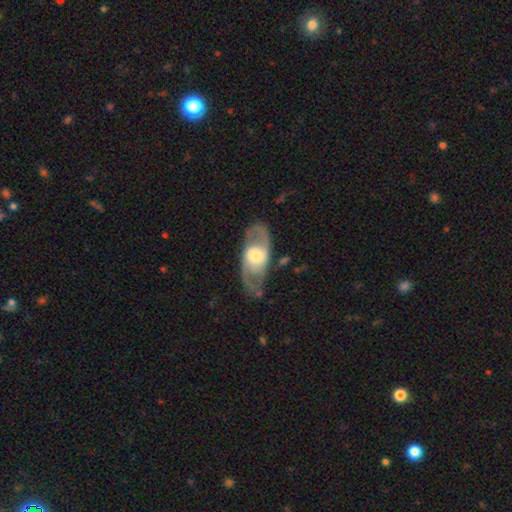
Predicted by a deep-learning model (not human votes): Q: Smooth or featured?
A: featured or disk (75%); runner-up: smooth (20%)
Q: Edge-on disk?
A: no (90%); runner-up: yes (10%)
Q: Bar?
A: no (58%); runner-up: weak (31%)
Q: Spiral arms?
A: yes (78%); runner-up: no (22%)
Q: Spiral winding?
A: medium (50%); runner-up: loose (28%)
Q: Spiral arm count?
A: 2 (85%); runner-up: can't tell (8%)
Q: Bulge size?
A: moderate (53%); runner-up: large (29%)
Q: Merging?
A: none (74%); runner-up: minor disturbance (15%)